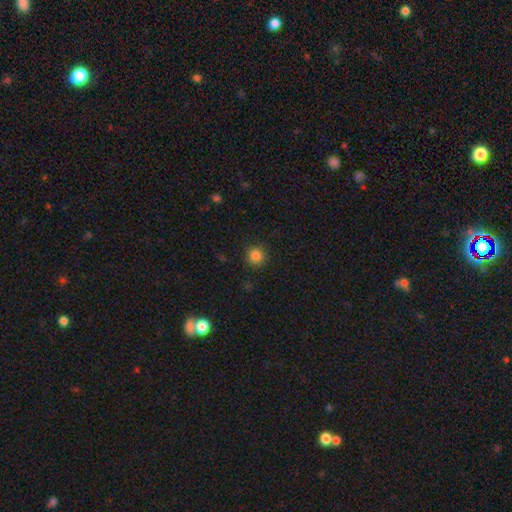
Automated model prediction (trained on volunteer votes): smooth 83%, star or artifact 12%, featured or disk 4%. Down the decision tree: how rounded — round (95%); merging — none (90%).